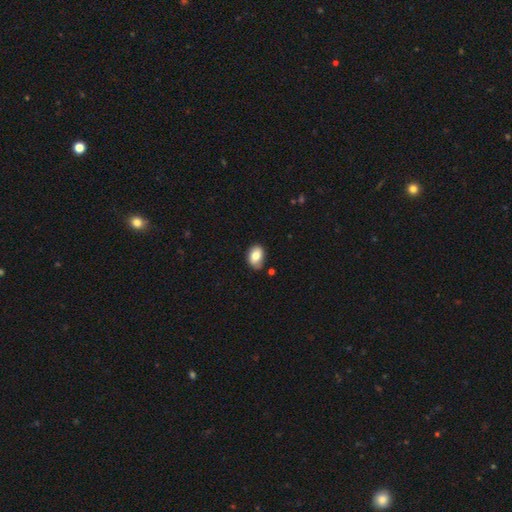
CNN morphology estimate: This is likely a smooth galaxy (80%). How rounded: clearly in between (83%). Merging: likely none (76%).